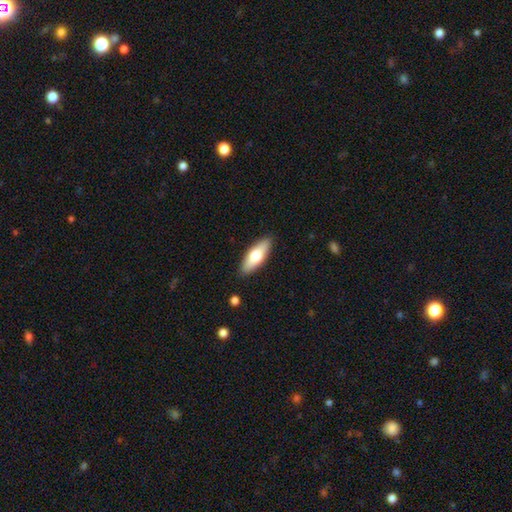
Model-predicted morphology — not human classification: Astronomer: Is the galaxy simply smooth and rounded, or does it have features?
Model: smooth — 63%.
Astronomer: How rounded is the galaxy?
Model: in between — 64%.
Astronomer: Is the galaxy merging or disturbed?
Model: none — 89%.